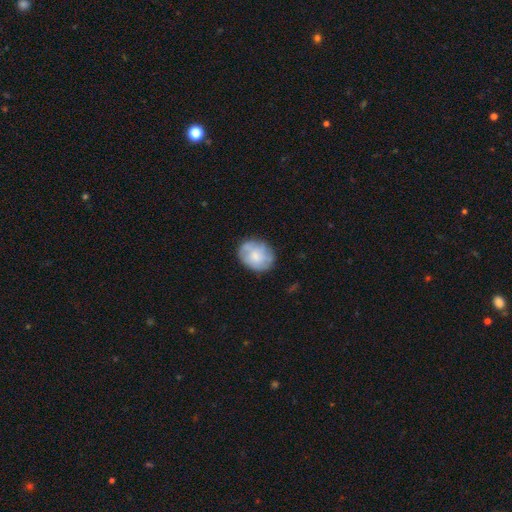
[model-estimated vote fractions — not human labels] Smooth or featured?
  - smooth: 61% *
  - featured or disk: 31%
  - star or artifact: 7%
How rounded?
  - in between: 50% *
  - round: 49%
  - cigar-shaped: 1%
Merging?
  - none: 73% *
  - minor disturbance: 20%
  - major disturbance: 6%
  - merger: 2%